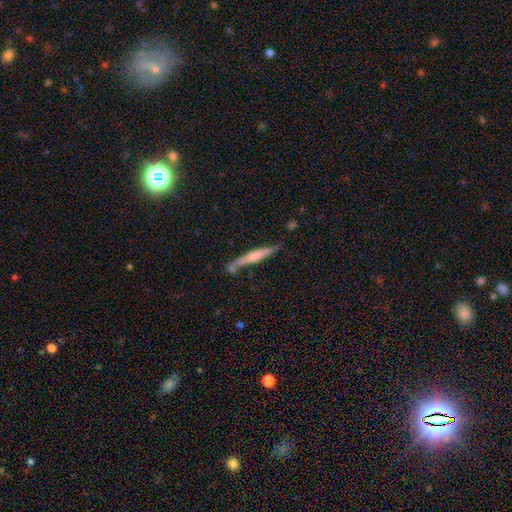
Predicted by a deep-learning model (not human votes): Smooth or featured? Predicted: smooth (p=0.50). Merging? Predicted: none (p=0.66).